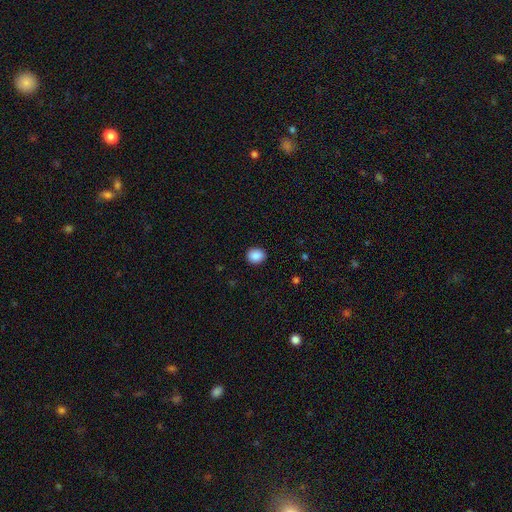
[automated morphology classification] The model was most divided on "how rounded": round: 68%, in between: 31%, cigar-shaped: 1%. More confident: merging — none (90%); smooth or featured — smooth (89%).